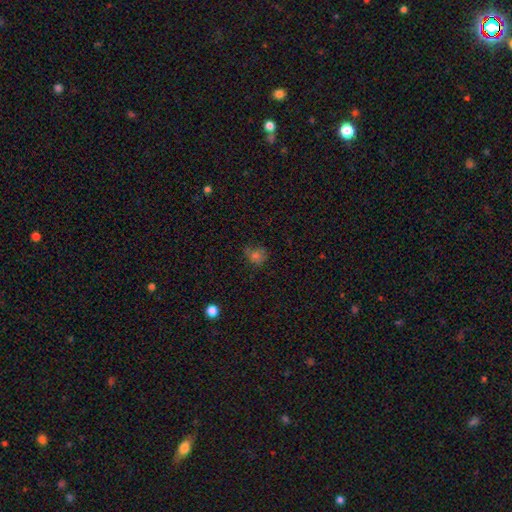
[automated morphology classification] This appears to be a smooth galaxy with no disk features (69%) that is round (77%). Merging: none (64%).